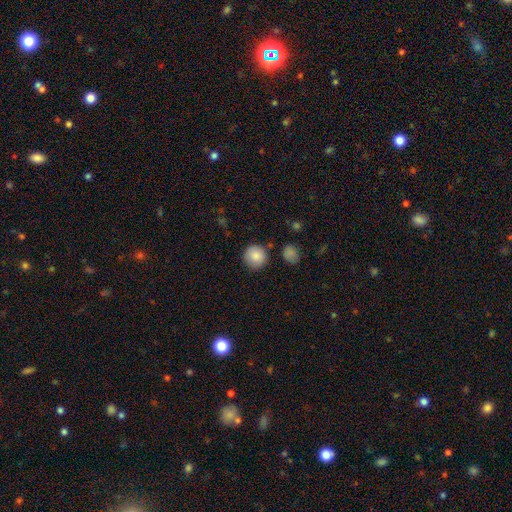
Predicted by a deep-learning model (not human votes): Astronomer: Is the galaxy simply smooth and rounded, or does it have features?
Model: smooth — 87%.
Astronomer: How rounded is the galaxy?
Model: round — 92%.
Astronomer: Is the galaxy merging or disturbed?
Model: none — 85%.